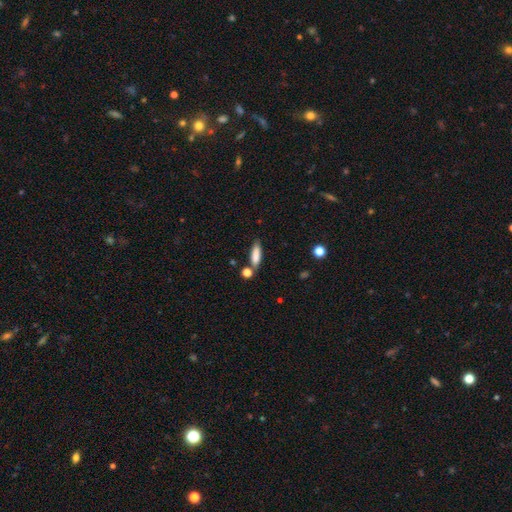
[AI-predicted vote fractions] Smooth or featured? smooth (84%)
How rounded? cigar-shaped (53%)
Merging? none (70%)